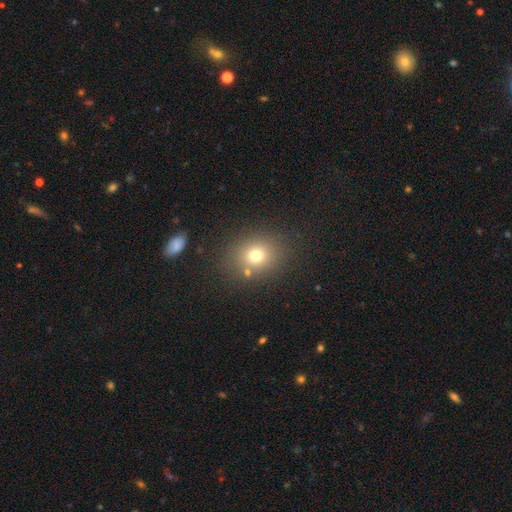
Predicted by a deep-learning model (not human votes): Smooth or featured? Predicted: smooth (p=0.73). How rounded? Predicted: round (p=0.66). Merging? Predicted: none (p=0.79).